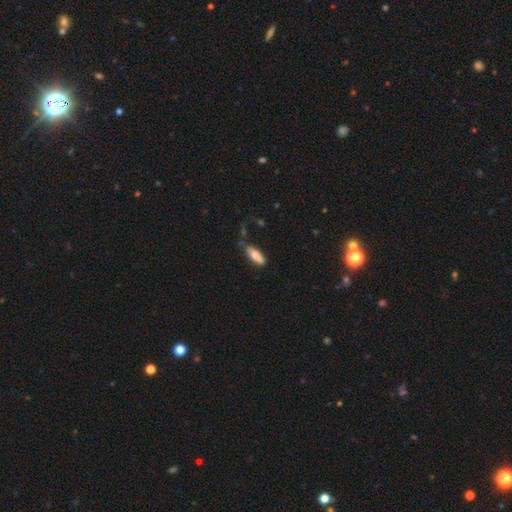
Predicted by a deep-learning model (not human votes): Overall: smooth (75%). How rounded: in between (67%; cigar-shaped 31%). Merging: none (62%; minor disturbance 26%).